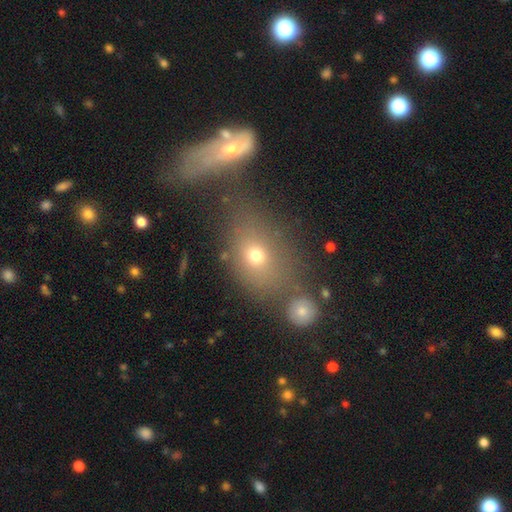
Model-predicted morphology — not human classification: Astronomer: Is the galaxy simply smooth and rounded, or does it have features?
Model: smooth — 67%.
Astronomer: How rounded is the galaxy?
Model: in between — 56% (runner-up: round, 40%).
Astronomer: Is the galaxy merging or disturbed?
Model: none — 57%.